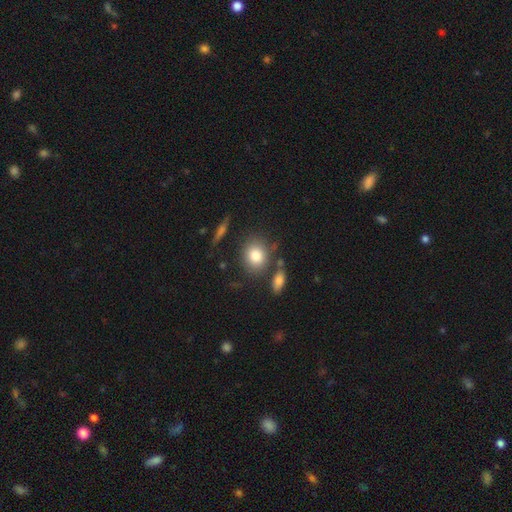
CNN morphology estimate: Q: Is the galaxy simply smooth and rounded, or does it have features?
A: smooth — 80%.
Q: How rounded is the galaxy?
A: round — 63%.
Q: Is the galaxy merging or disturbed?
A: none — 74%.